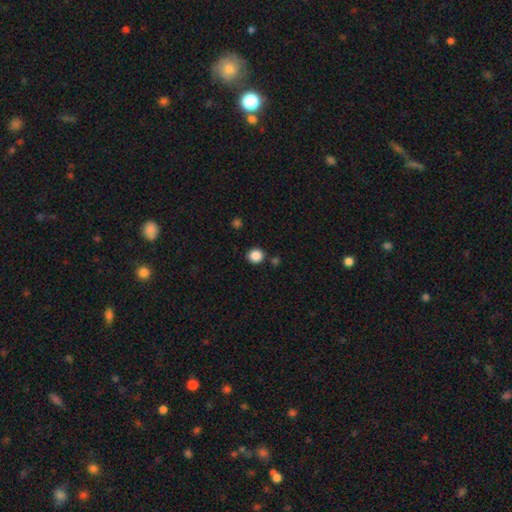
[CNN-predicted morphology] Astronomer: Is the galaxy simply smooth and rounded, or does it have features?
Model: smooth — 87%.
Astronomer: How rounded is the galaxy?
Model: round — 89%.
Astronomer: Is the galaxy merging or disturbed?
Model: none — 87%.